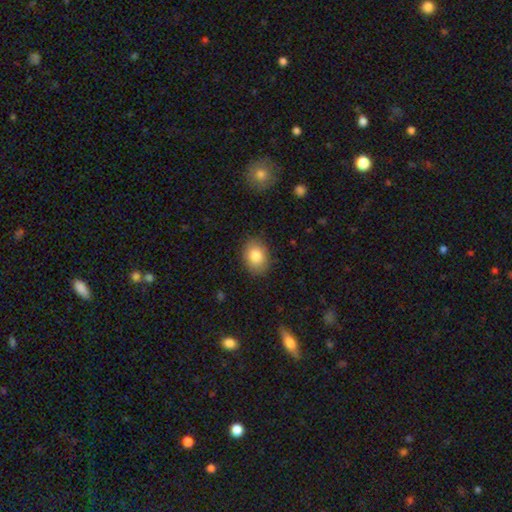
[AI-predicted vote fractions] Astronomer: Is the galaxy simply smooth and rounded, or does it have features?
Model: smooth — 83%.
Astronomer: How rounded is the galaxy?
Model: in between — 64%.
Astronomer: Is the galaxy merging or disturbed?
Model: none — 86%.